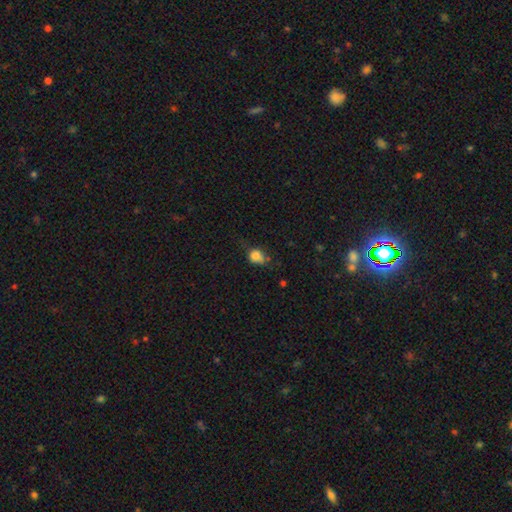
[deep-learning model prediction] Overall: smooth (78%). How rounded: round (56%; in between 42%). Merging: none (42%; minor disturbance 36%).